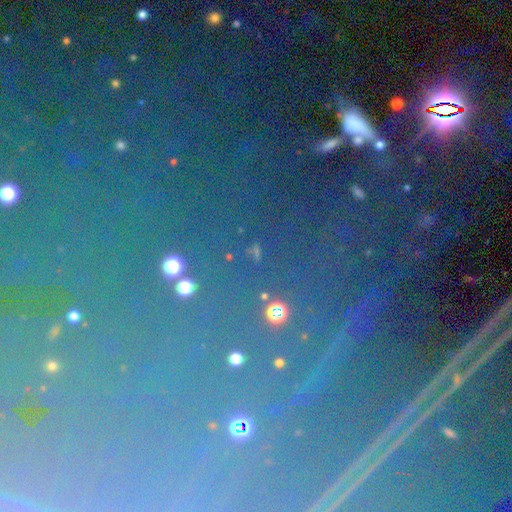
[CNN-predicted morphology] This appears to be a star or artifact, not a galaxy (76%).